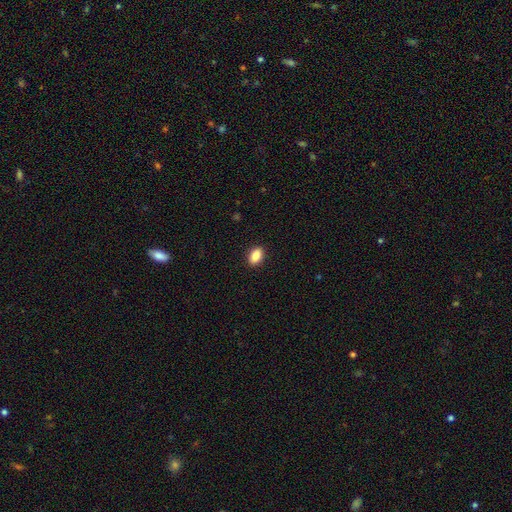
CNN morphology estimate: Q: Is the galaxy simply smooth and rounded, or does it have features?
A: smooth — 88%.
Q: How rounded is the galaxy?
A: in between — 89%.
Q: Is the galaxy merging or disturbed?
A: none — 90%.